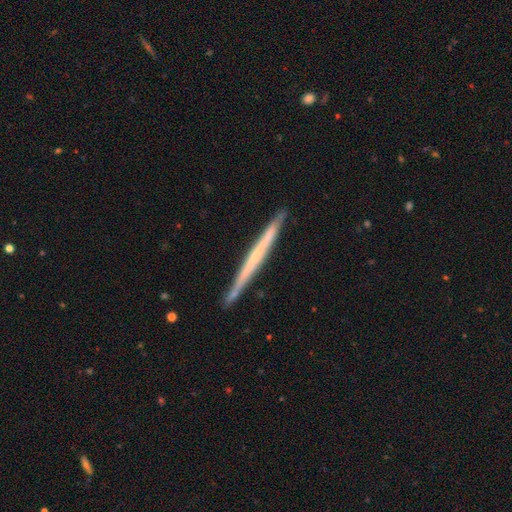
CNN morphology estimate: Q: Smooth or featured?
A: featured or disk (59%); runner-up: smooth (36%)
Q: Edge-on disk?
A: yes (97%); runner-up: no (3%)
Q: Edge-on bulge?
A: none (86%); runner-up: rounded (9%)
Q: Merging?
A: none (89%); runner-up: minor disturbance (9%)